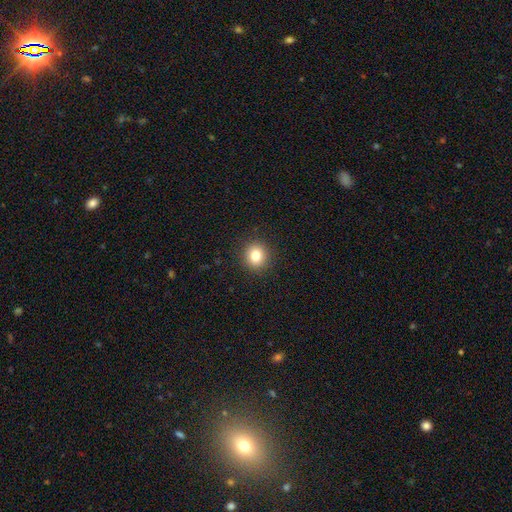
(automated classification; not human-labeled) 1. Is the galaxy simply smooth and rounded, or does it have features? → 81% smooth, 12% star or artifact, 7% featured or disk.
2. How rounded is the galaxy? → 87% round, 12% in between, 1% cigar-shaped.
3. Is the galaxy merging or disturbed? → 91% none, 6% minor disturbance, 2% major disturbance, 1% merger.